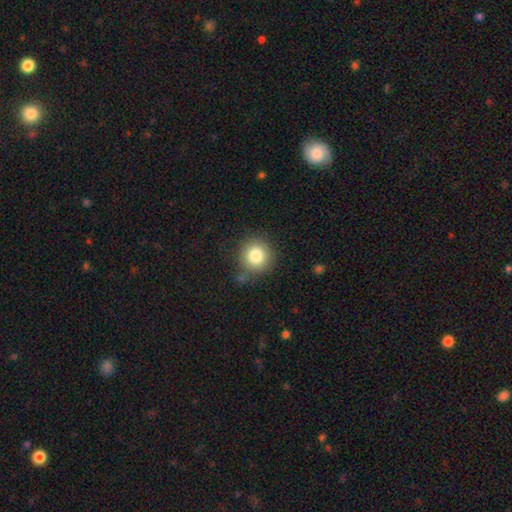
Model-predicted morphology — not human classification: A smooth galaxy with no disk features (81%) that is round (92%).

Vote fractions:
- Smooth or featured? smooth: 81% / star or artifact: 11% / featured or disk: 8%
- How rounded? round: 92% / in between: 7% / cigar-shaped: 1%
- Merging? none: 79% / minor disturbance: 13% / major disturbance: 4% / merger: 4%